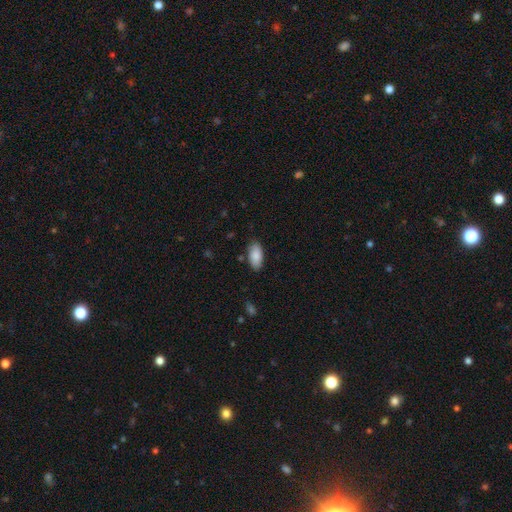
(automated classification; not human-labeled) smooth 88%, star or artifact 6%, featured or disk 6%. Down the decision tree: how rounded — in between (92%); merging — none (84%).